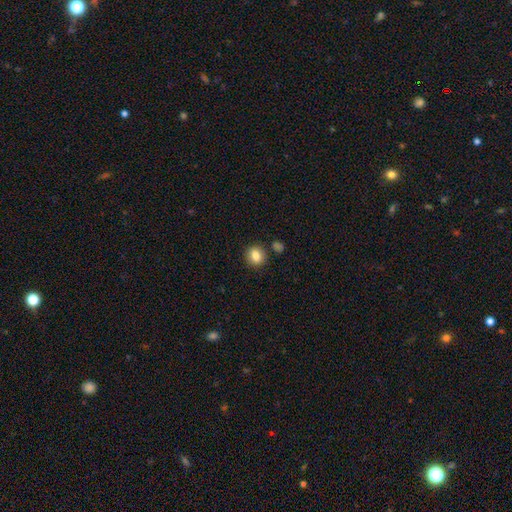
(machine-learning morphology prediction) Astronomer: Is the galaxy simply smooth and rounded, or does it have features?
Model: smooth — 83%.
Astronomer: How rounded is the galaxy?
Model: round — 79%.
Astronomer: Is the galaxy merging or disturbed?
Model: none — 84%.